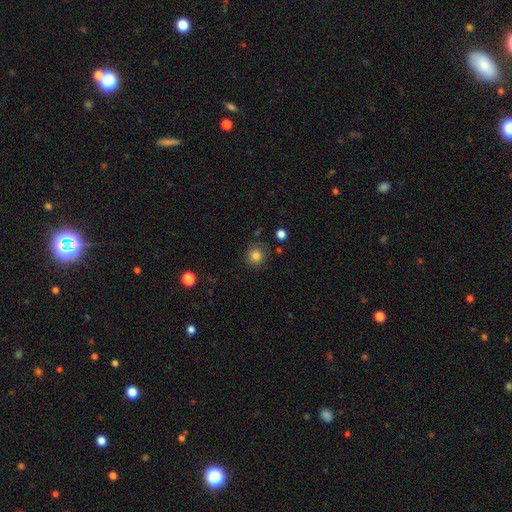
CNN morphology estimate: Smooth or featured? smooth (82%)
How rounded? round (91%)
Merging? none (83%)